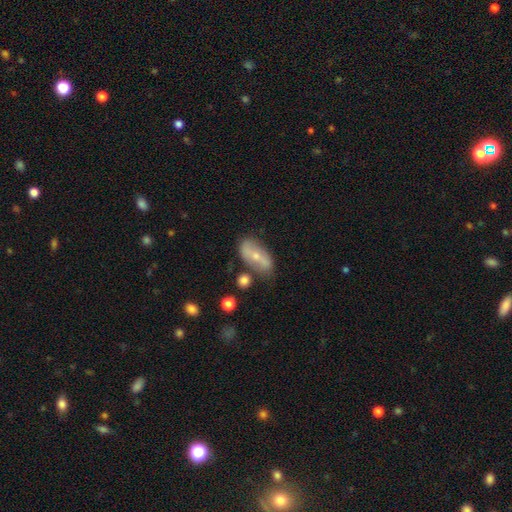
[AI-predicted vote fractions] This is possibly a featured or disk galaxy (53%). It is clearly not viewed edge-on (84%). Merging: likely none (64%).